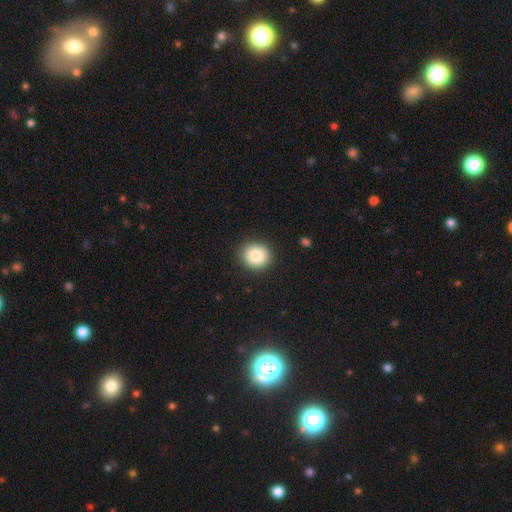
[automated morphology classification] Overall: smooth (83%). How rounded: round (85%). Merging: none (90%).